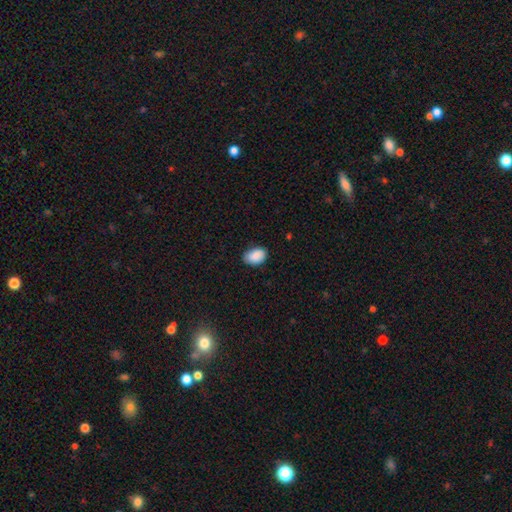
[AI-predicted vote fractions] Overall: smooth (89%). How rounded: in between (85%). Merging: none (79%).